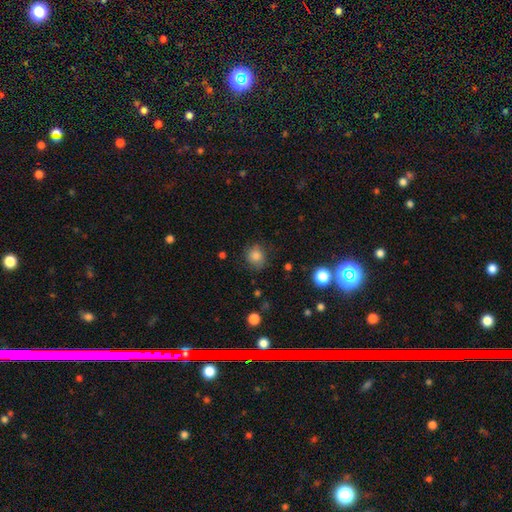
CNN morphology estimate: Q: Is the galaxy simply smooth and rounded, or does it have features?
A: smooth — 80%.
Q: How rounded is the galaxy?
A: round — 81%.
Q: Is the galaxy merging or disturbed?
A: none — 76%.